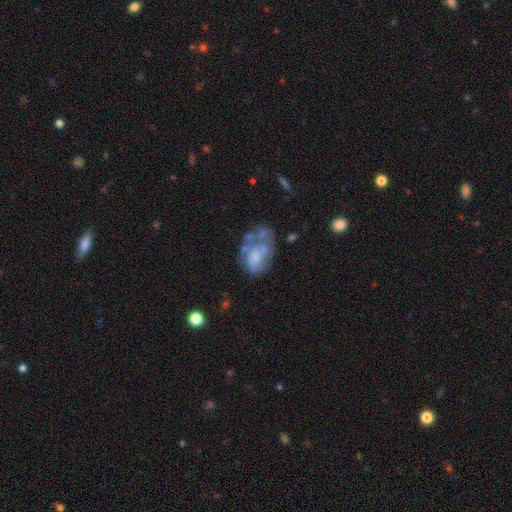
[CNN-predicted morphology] This appears to be a featured or disk galaxy (52%) with no bar (86%), no spiral arms (80%) and no central bulge (42%). Merging: none (32%).